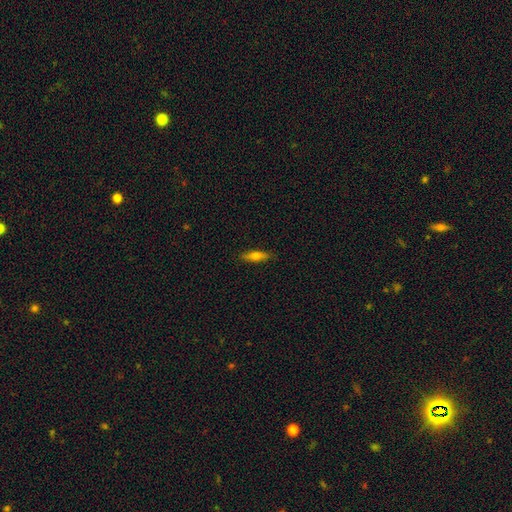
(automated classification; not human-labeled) Morphology: type=smooth (65%); roundness=cigar-shaped (60%); merging=none (87%).